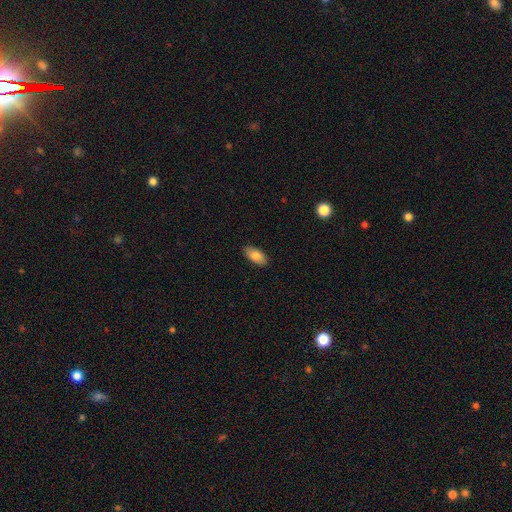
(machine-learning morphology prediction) smooth-or-featured: smooth: 83% | featured or disk: 10% | star or artifact: 7%
  how-rounded: in between: 93% | cigar-shaped: 5% | round: 3%
  merging: none: 89% | minor disturbance: 8% | major disturbance: 2% | merger: 1%